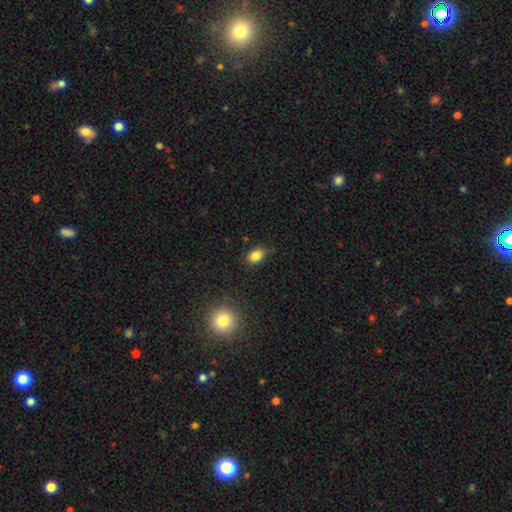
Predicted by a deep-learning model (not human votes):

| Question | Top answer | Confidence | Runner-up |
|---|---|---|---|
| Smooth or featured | smooth | 84% | star or artifact (11%) |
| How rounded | in between | 75% | round (24%) |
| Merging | none | 78% | minor disturbance (17%) |